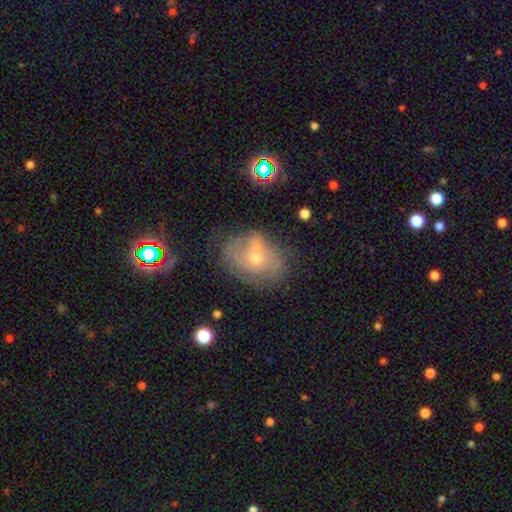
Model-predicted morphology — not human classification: Smooth or featured: featured or disk — 51% (smooth — 35%)
Edge-on disk: no — 96% (yes — 4%)
Merging: none — 41% (minor disturbance — 25%)